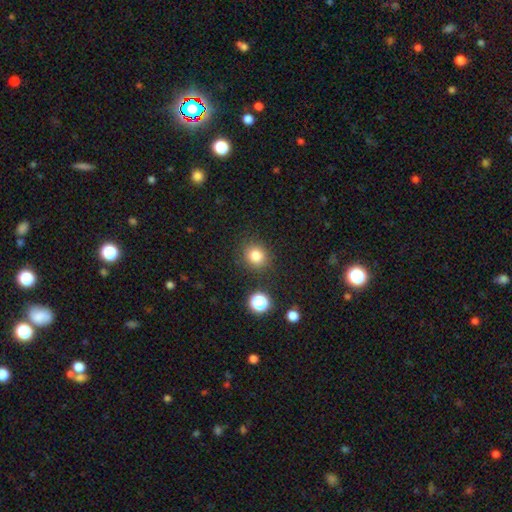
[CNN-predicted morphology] smooth-or-featured: smooth: 81% | star or artifact: 14% | featured or disk: 6%
  how-rounded: round: 82% | in between: 17% | cigar-shaped: 1%
  merging: none: 86% | minor disturbance: 9% | major disturbance: 3% | merger: 3%